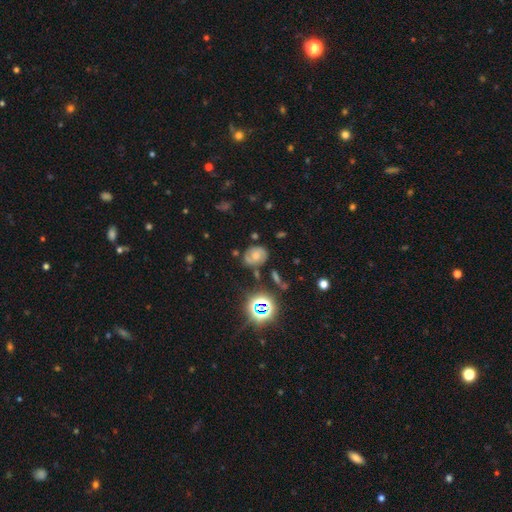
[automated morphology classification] Smooth or featured: featured or disk — 50% (smooth — 32%)
Merging: none — 67% (minor disturbance — 21%)